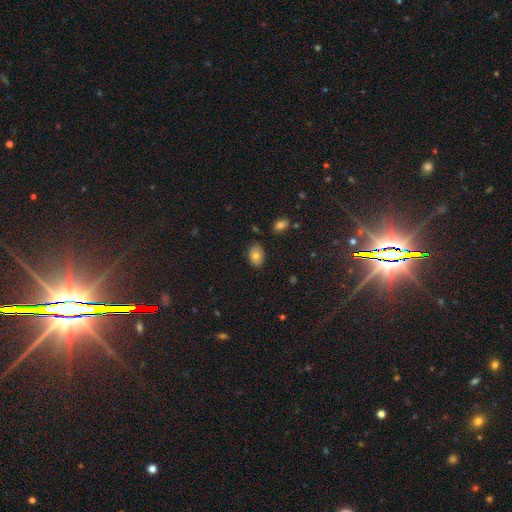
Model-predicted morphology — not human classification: This appears to be a smooth galaxy with no disk features (77%) that is in between round and cigar-shaped (80%). Merging: none (82%).